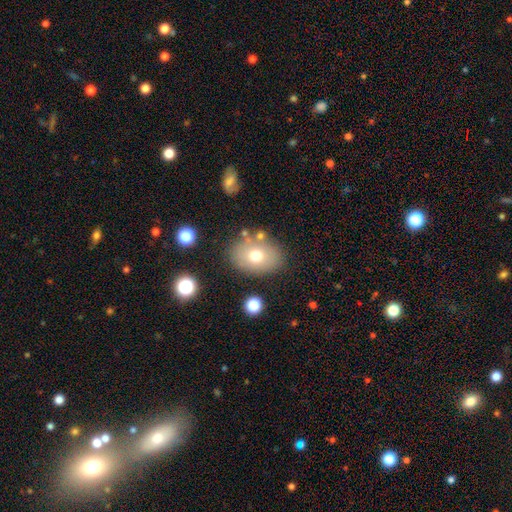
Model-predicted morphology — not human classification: A smooth galaxy with no disk features (69%) that is in between round and cigar-shaped (66%). Merging: none (75%).